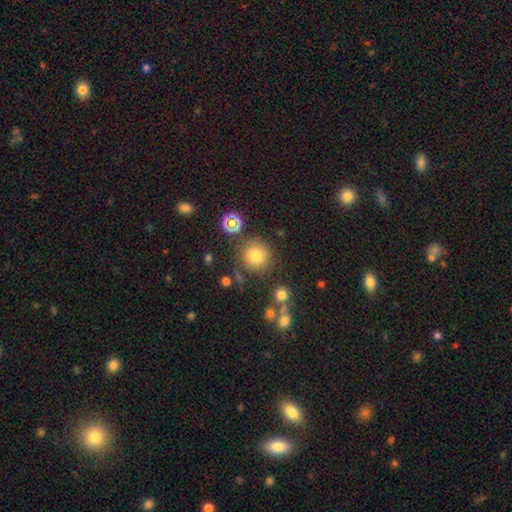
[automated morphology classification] Smooth or featured: smooth — 75% (star or artifact — 17%)
How rounded: round — 94% (in between — 5%)
Merging: none — 80% (minor disturbance — 10%)